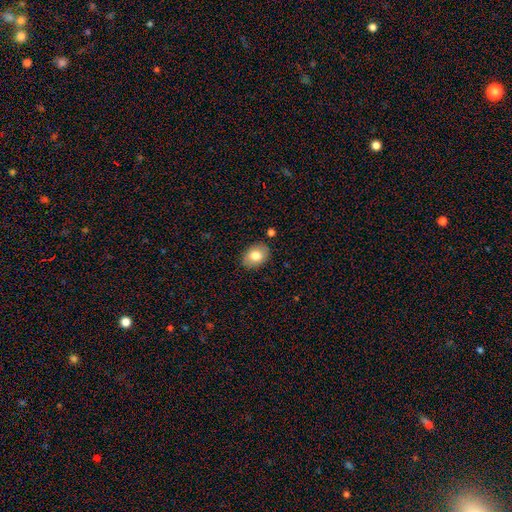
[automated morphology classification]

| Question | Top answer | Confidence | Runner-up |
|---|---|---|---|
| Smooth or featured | smooth | 79% | featured or disk (13%) |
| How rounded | in between | 76% | round (23%) |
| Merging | none | 86% | minor disturbance (10%) |